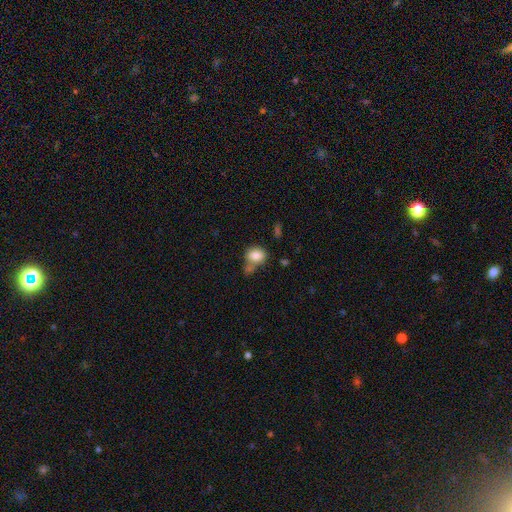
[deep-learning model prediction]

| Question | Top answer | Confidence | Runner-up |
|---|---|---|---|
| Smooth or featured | smooth | 82% | star or artifact (9%) |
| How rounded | in between | 51% | round (48%) |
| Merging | none | 44% | merger (25%) |